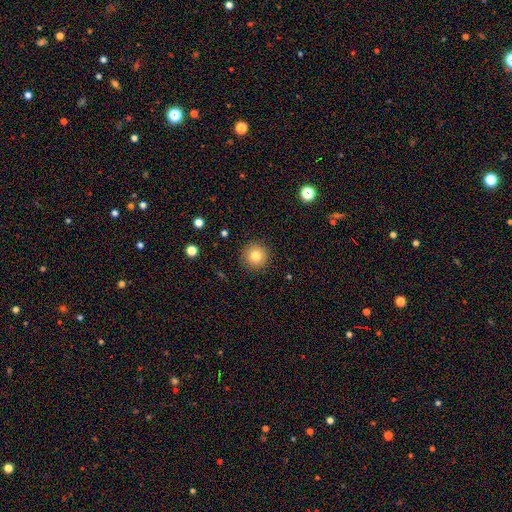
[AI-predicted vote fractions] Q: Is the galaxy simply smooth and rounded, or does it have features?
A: smooth — 80%.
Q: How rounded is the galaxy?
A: round — 96%.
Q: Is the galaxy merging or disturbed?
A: none — 92%.